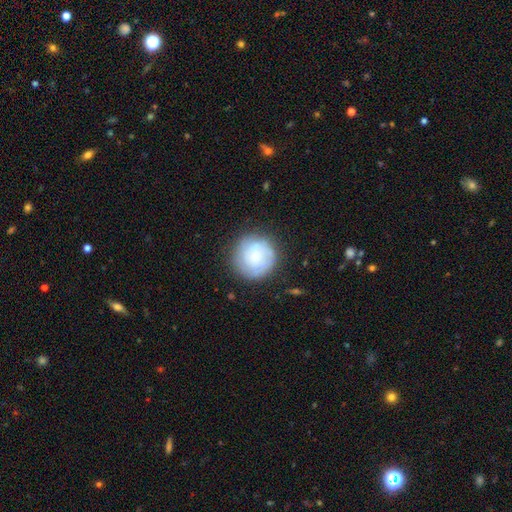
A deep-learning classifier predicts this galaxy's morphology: smooth 57%, featured or disk 35%, star or artifact 8%. Down the decision tree: how rounded — round (93%); merging — none (77%).